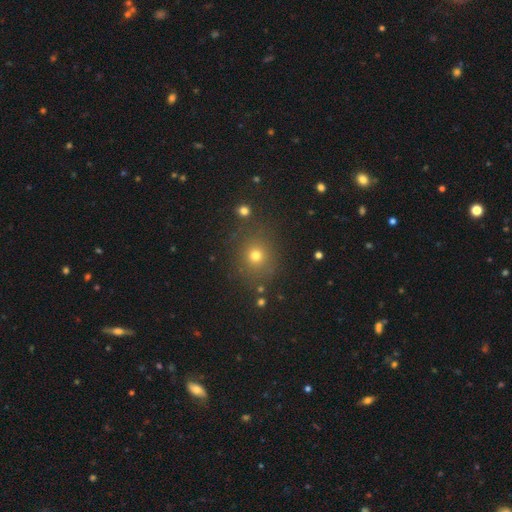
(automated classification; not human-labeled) Smooth or featured: smooth — 69% (star or artifact — 22%)
How rounded: round — 82% (in between — 17%)
Merging: none — 84% (minor disturbance — 9%)